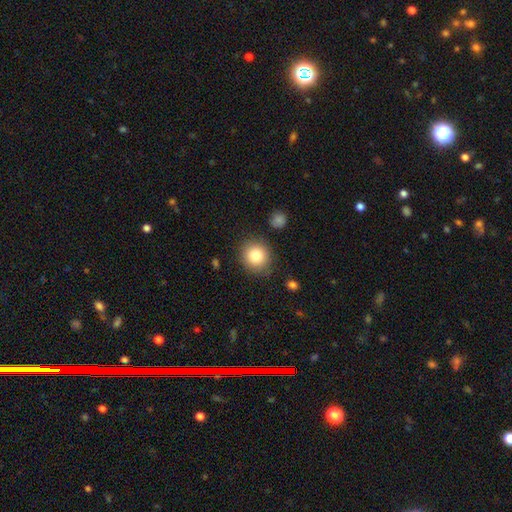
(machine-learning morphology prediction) This is clearly a smooth galaxy (83%). How rounded: clearly round (87%). Merging: clearly none (85%).